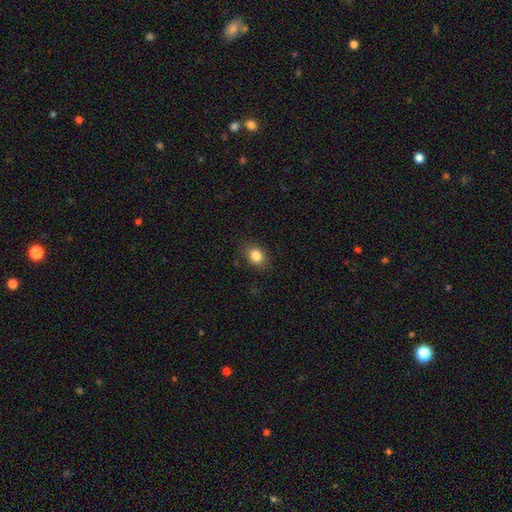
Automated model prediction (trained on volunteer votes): Smooth or featured? smooth (83%)
How rounded? in between (54%)
Merging? none (84%)